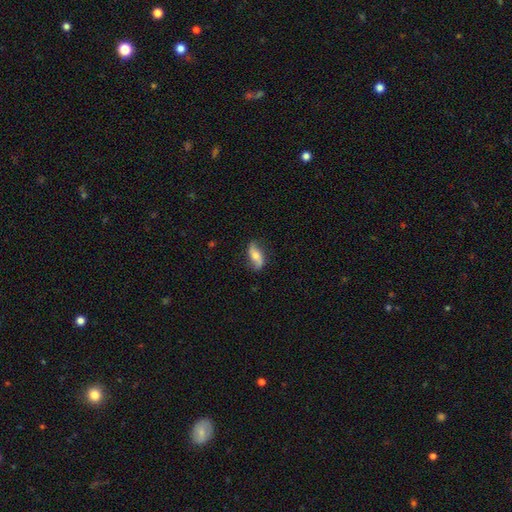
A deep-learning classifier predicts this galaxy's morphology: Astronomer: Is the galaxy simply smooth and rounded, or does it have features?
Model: featured or disk — 51% (runner-up: smooth, 42%).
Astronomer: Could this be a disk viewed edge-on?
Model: no — 85%.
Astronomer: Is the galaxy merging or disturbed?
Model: none — 76%.